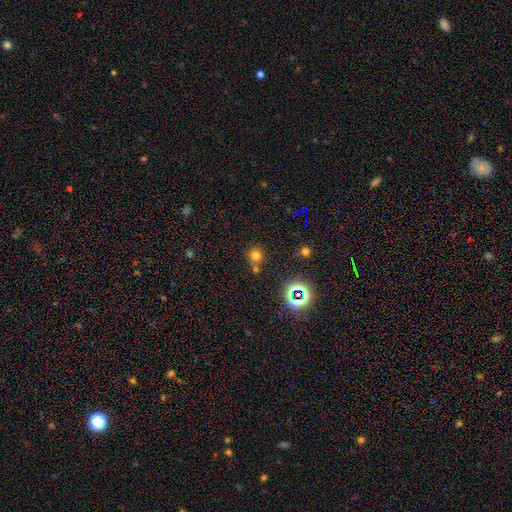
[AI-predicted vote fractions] Overall: smooth (68%). How rounded: round (91%). Merging: none (67%).